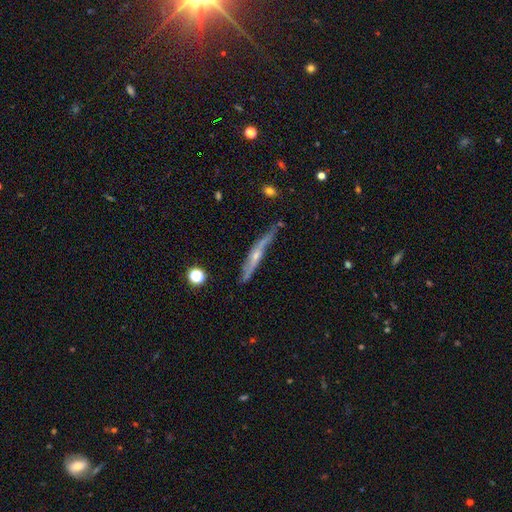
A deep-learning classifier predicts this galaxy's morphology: A featured or disk galaxy (68%) viewed edge-on (86%) with a rounded central bulge (67%). Merging: none (63%).